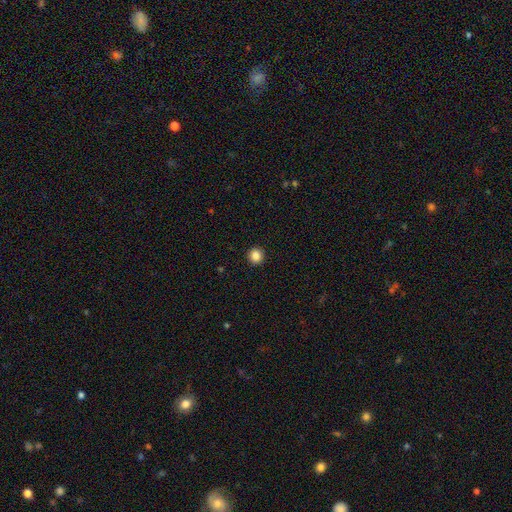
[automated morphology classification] smooth_or_featured: smooth (p=0.86) [alt: star or artifact p=0.10]
how_rounded: round (p=0.95) [alt: in between p=0.04]
merging: none (p=0.93) [alt: minor disturbance p=0.04]